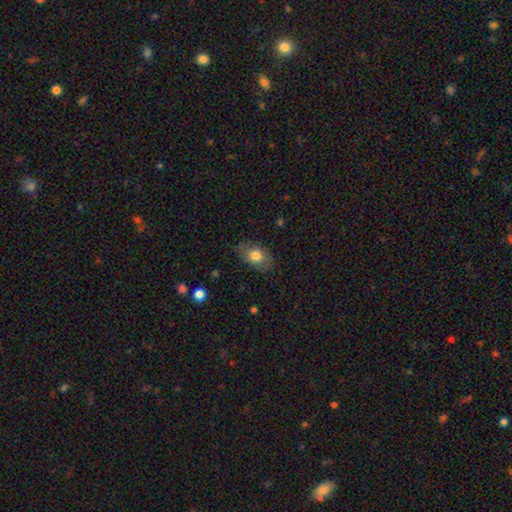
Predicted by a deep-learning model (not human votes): The model was most divided on "merging": none: 77%, minor disturbance: 18%, major disturbance: 4%, merger: 1%. More confident: how rounded — in between (84%); smooth or featured — smooth (77%).